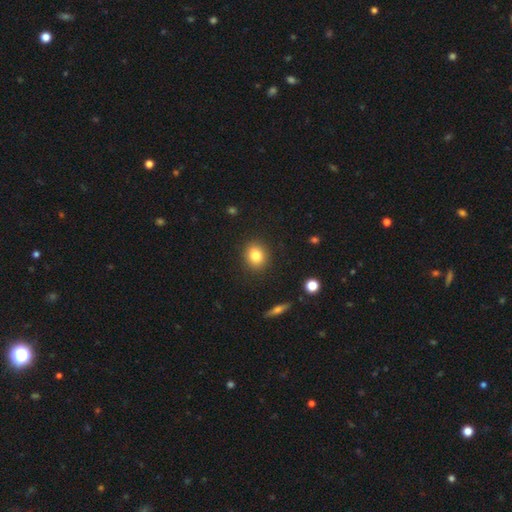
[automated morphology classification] smooth 82%, star or artifact 10%, featured or disk 8%. Down the decision tree: how rounded — round (65%); merging — none (89%).